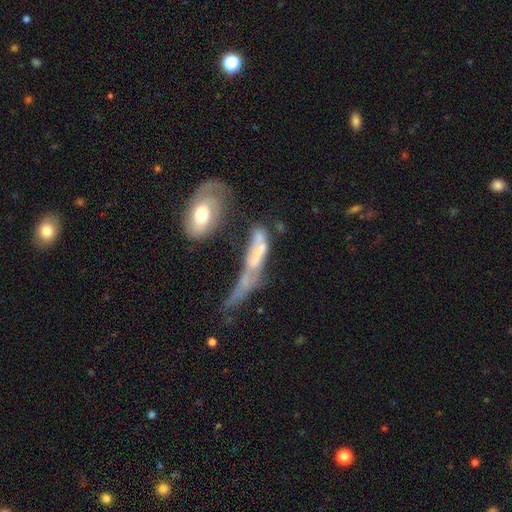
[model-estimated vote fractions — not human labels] This is possibly a featured or disk galaxy (51%). It is likely not viewed edge-on (65%). Merging: marginally merger (35%).